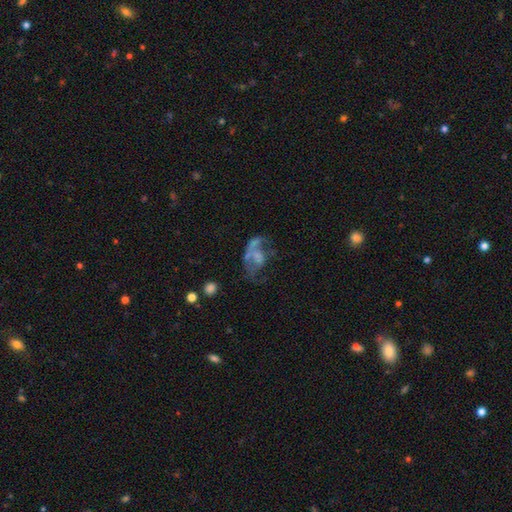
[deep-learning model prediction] smooth-or-featured: featured or disk: 57% | smooth: 31% | star or artifact: 12%
  disk-edge-on: no: 97% | yes: 3%
    bar: no: 79% | weak: 17% | strong: 4%
    has-spiral-arms: no: 59% | yes: 41%
    bulge-size: none: 49% | small: 23% | moderate: 19% | large: 7% | dominant: 2%
  merging: major disturbance: 49% | none: 24% | minor disturbance: 16% | merger: 11%